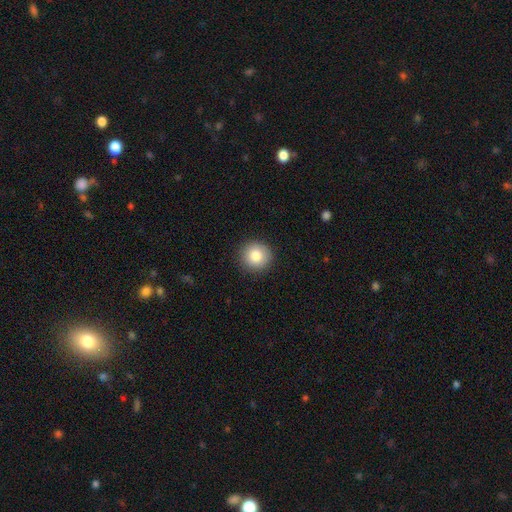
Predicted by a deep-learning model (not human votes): smooth-or-featured: smooth: 84% | star or artifact: 9% | featured or disk: 7%
  how-rounded: round: 93% | in between: 6% | cigar-shaped: 1%
  merging: none: 91% | minor disturbance: 6% | major disturbance: 2% | merger: 1%